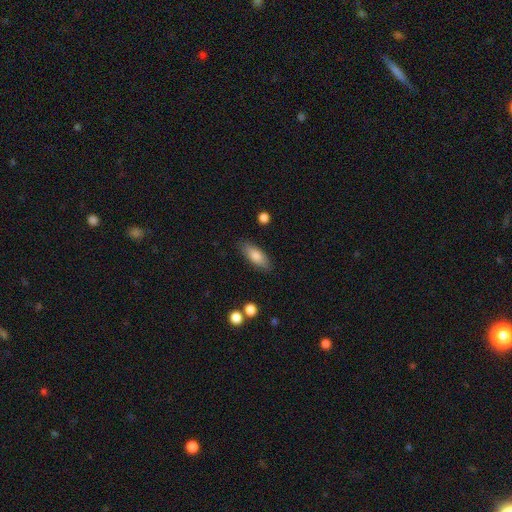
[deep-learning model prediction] Overall: smooth (79%). How rounded: in between (76%). Merging: none (85%).